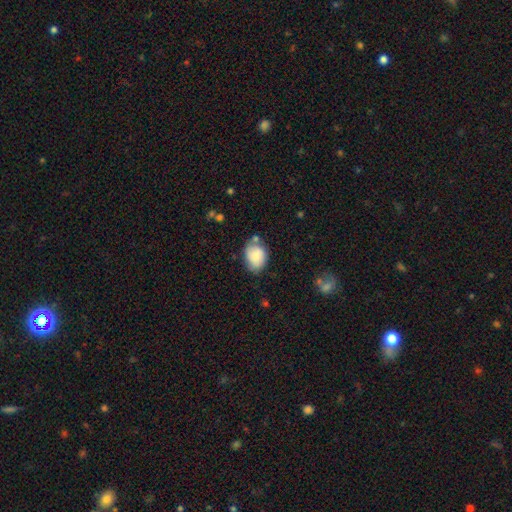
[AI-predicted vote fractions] smooth-or-featured: smooth: 80% | featured or disk: 13% | star or artifact: 7%
  how-rounded: in between: 64% | round: 35% | cigar-shaped: 1%
  merging: none: 60% | minor disturbance: 24% | merger: 10% | major disturbance: 6%